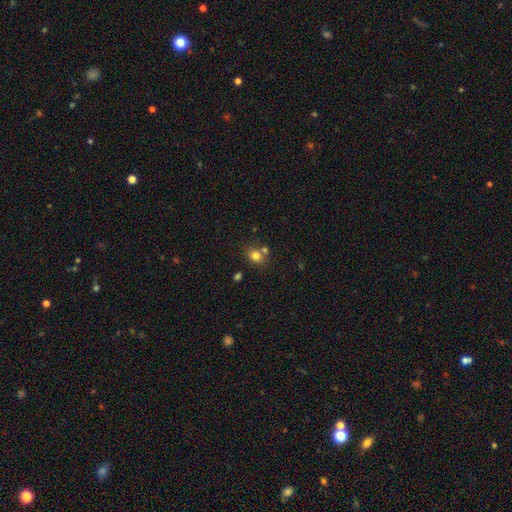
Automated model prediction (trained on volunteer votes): smooth_or_featured: smooth (p=0.79) [alt: star or artifact p=0.13]
how_rounded: round (p=0.64) [alt: in between p=0.35]
merging: none (p=0.62) [alt: merger p=0.23]